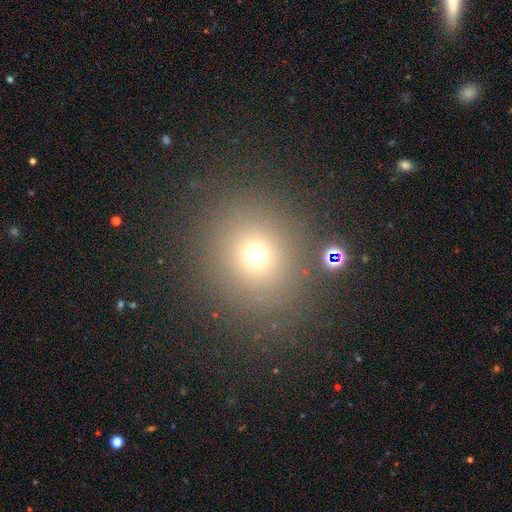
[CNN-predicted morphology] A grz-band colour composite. It shows a smooth galaxy with no disk features (69%) that is round (83%). Merging: none (84%).